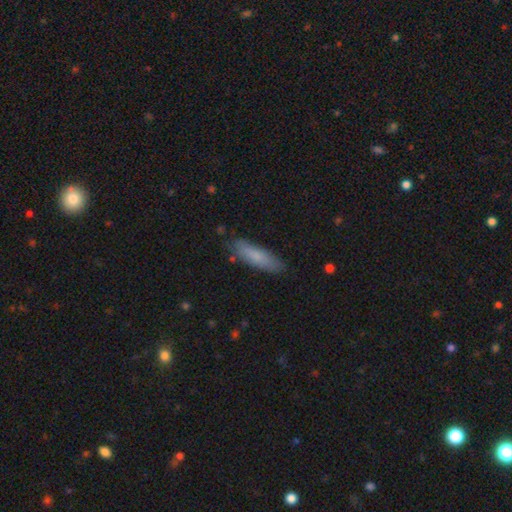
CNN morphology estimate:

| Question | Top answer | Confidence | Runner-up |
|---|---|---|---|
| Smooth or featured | smooth | 79% | featured or disk (15%) |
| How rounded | cigar-shaped | 66% | in between (32%) |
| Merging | none | 82% | minor disturbance (14%) |